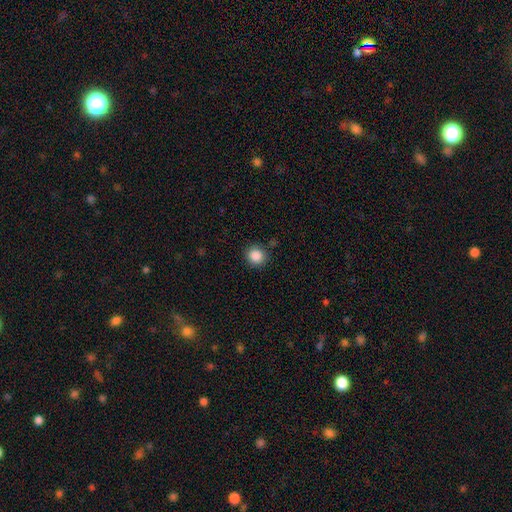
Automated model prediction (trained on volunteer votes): The model was most divided on "merging": none: 86%, minor disturbance: 9%, major disturbance: 3%, merger: 2%. More confident: how rounded — round (89%); smooth or featured — smooth (87%).